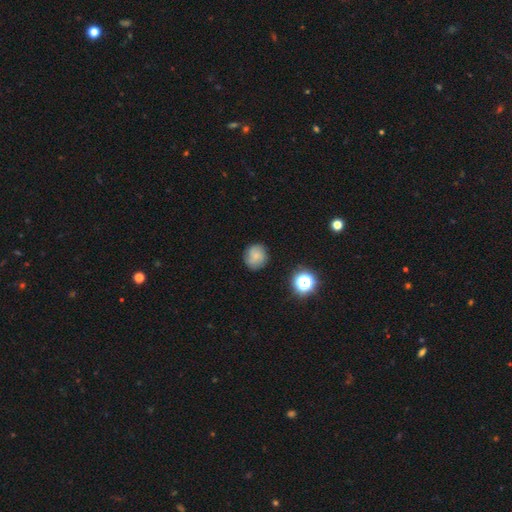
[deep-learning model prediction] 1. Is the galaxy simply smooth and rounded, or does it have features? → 62% smooth, 25% featured or disk, 13% star or artifact.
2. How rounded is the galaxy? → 84% round, 15% in between, 1% cigar-shaped.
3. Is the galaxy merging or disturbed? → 81% none, 14% minor disturbance, 4% major disturbance, 2% merger.